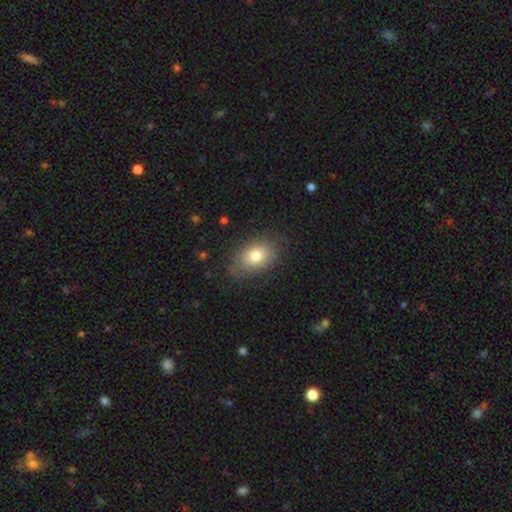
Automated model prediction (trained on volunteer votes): Morphology: type=smooth (79%); roundness=in between (84%); merging=none (76%).